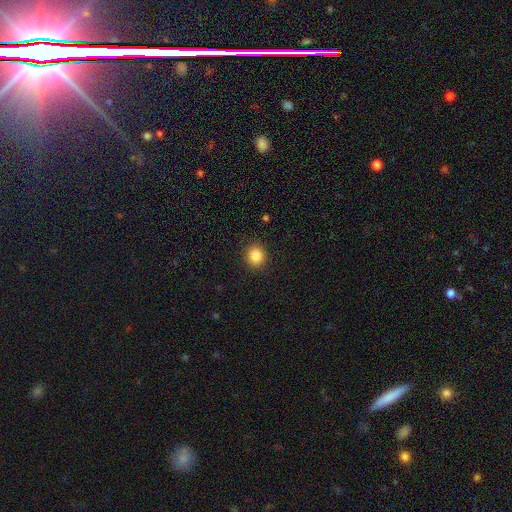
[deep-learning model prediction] This is clearly a smooth galaxy (86%). How rounded: clearly round (81%). Merging: clearly none (89%).